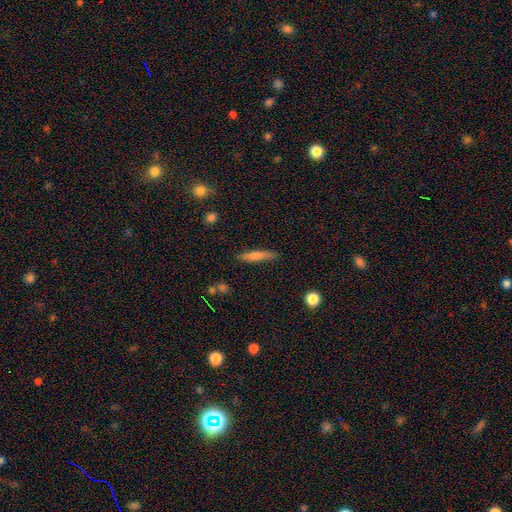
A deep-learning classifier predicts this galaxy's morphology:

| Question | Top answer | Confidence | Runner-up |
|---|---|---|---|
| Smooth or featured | smooth | 72% | featured or disk (21%) |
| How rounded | cigar-shaped | 85% | in between (13%) |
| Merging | none | 86% | minor disturbance (10%) |